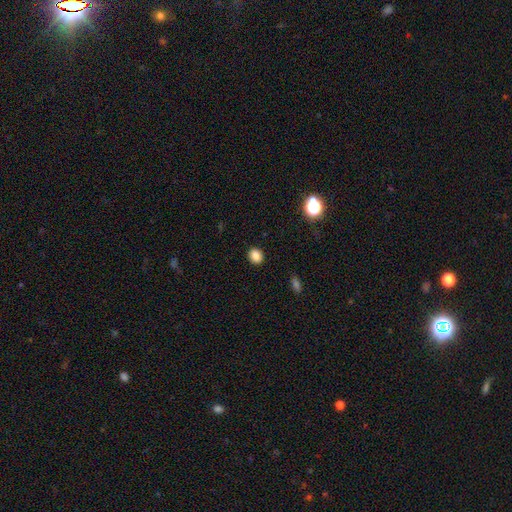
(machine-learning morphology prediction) Q: Smooth or featured?
A: smooth (85%); runner-up: star or artifact (11%)
Q: How rounded?
A: round (67%); runner-up: in between (32%)
Q: Merging?
A: none (91%); runner-up: minor disturbance (6%)